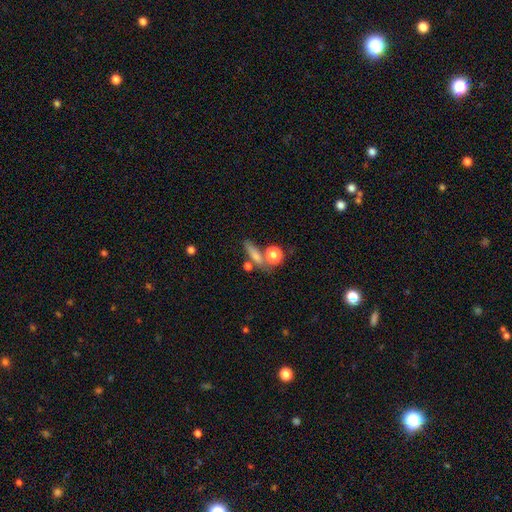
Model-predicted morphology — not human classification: This is likely a smooth galaxy (71%). How rounded: marginally cigar-shaped (44%). Merging: possibly none (57%).